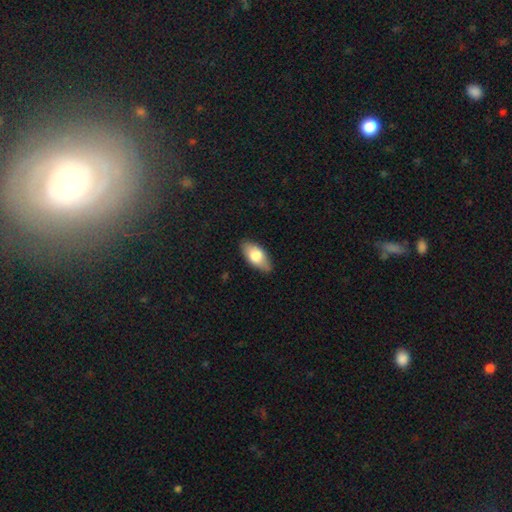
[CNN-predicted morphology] Overall: smooth (73%). How rounded: in between (90%). Merging: none (85%).